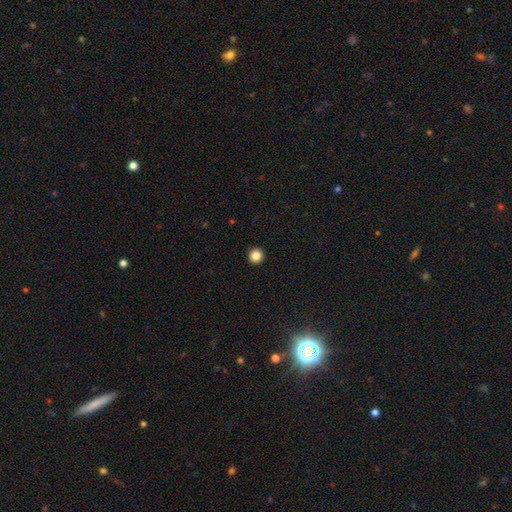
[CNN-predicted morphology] The model was most divided on "smooth or featured": smooth: 86%, star or artifact: 11%, featured or disk: 4%. More confident: how rounded — round (95%); merging — none (94%).